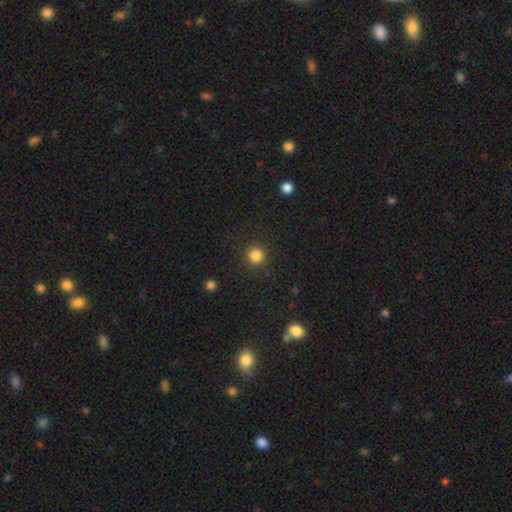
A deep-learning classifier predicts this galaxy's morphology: This is clearly a smooth galaxy (83%). How rounded: clearly round (93%). Merging: clearly none (90%).